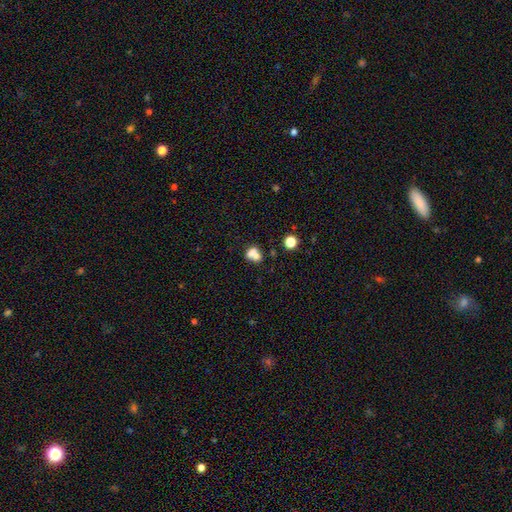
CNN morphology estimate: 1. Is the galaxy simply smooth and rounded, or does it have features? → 70% smooth, 18% featured or disk, 13% star or artifact.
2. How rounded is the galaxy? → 55% round, 44% in between, 1% cigar-shaped.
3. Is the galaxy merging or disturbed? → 57% merger, 29% none, 9% minor disturbance, 5% major disturbance.